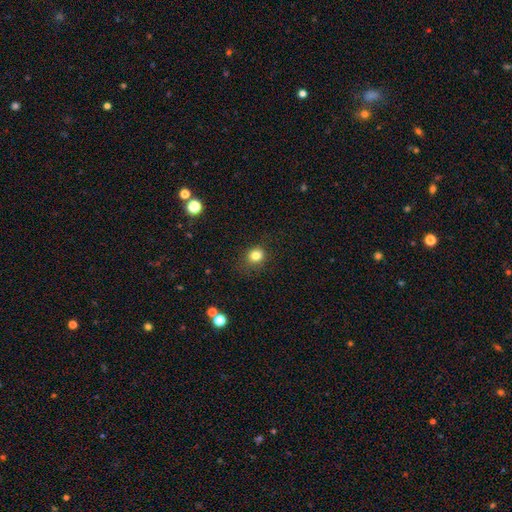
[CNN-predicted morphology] The model was most divided on "how rounded": round: 73%, in between: 26%, cigar-shaped: 1%. More confident: smooth or featured — smooth (81%); merging — none (79%).